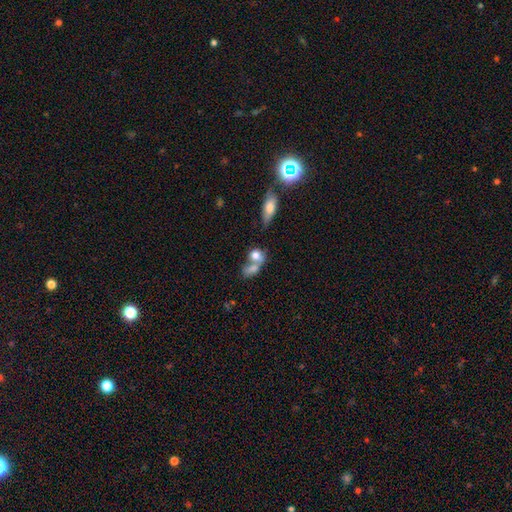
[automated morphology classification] smooth-or-featured: smooth: 74% | featured or disk: 16% | star or artifact: 9%
  how-rounded: in between: 57% | round: 39% | cigar-shaped: 4%
  merging: merger: 60% | none: 24% | minor disturbance: 9% | major disturbance: 6%